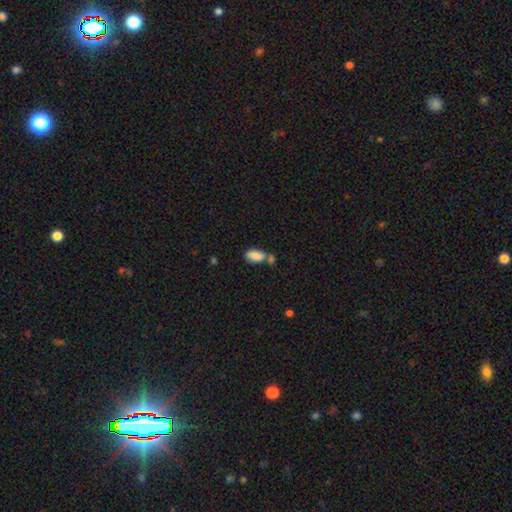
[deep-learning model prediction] smooth_or_featured: smooth (p=0.85) [alt: star or artifact p=0.08]
how_rounded: in between (p=0.93) [alt: round p=0.04]
merging: none (p=0.44) [alt: merger p=0.37]